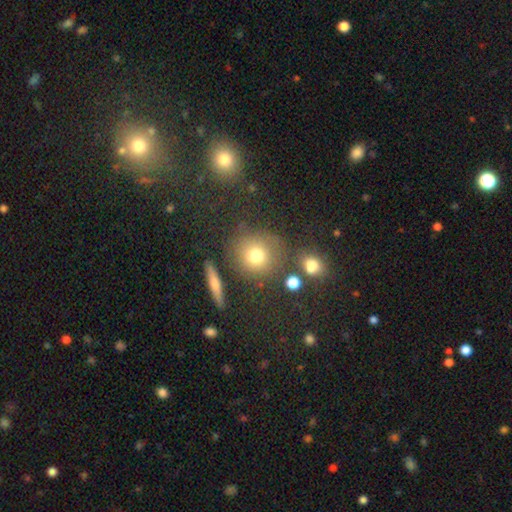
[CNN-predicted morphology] This appears to be a smooth galaxy with no disk features (71%) that is round (85%). Merging: none (73%).